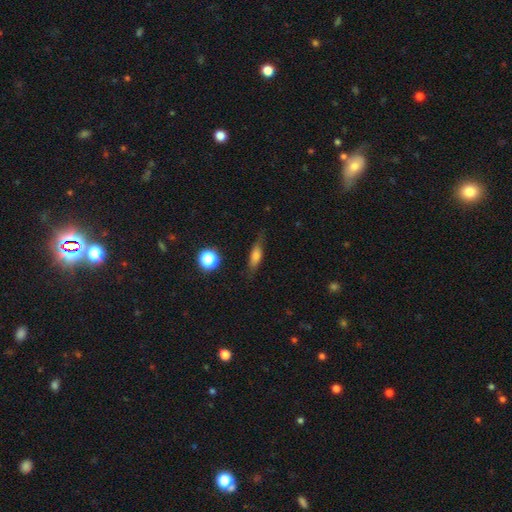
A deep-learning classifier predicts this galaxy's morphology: Smooth or featured? smooth (67%)
How rounded? in between (51%)
Merging? none (72%)